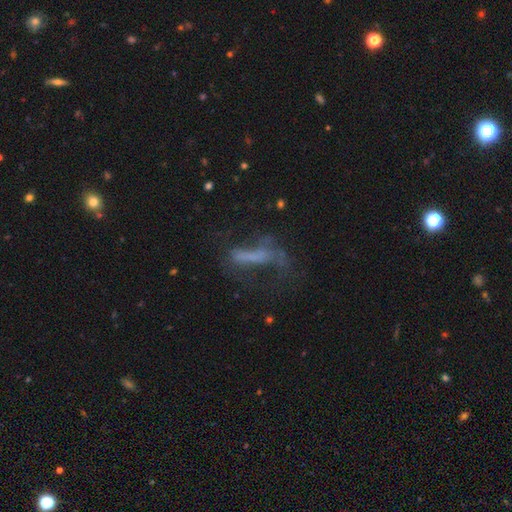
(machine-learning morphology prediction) This is possibly a featured or disk galaxy (48%). Merging: marginally major disturbance (41%).